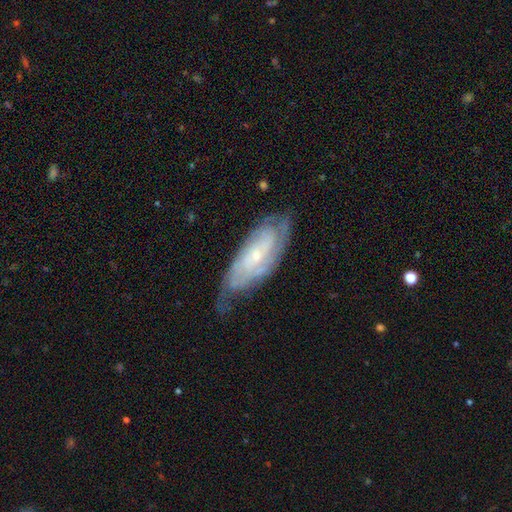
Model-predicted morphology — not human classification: The model was most divided on "spiral arm count": can't tell: 46%, 2: 28%, 3: 12%, 4: 7%, 1: 4%, more than 4: 4%. More confident: spiral arms — yes (91%); edge-on disk — no (89%); smooth or featured — featured or disk (76%); bulge size — small (74%); bar — no (65%); spiral winding — tight (62%); merging — none (59%).